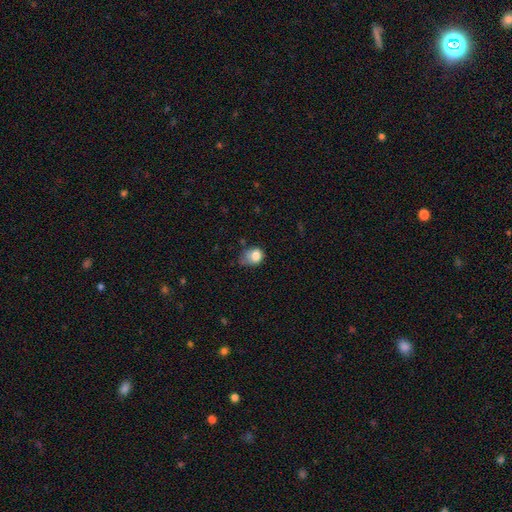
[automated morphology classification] smooth_or_featured: smooth (p=0.78) [alt: featured or disk p=0.12]
how_rounded: in between (p=0.59) [alt: round p=0.40]
merging: minor disturbance (p=0.44) [alt: none p=0.27]